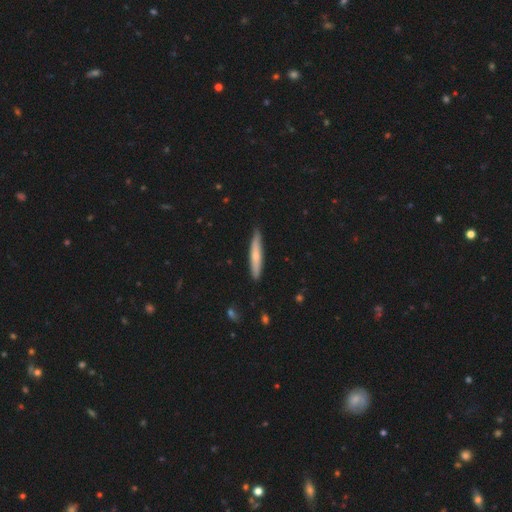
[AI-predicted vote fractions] smooth_or_featured: smooth (p=0.61) [alt: featured or disk p=0.34]
how_rounded: cigar-shaped (p=0.92) [alt: in between p=0.07]
merging: none (p=0.86) [alt: minor disturbance p=0.11]